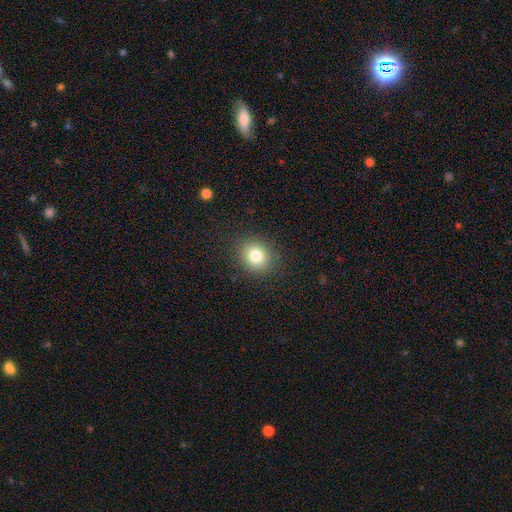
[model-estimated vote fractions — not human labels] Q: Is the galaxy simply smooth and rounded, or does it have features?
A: smooth — 80%.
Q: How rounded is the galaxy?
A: round — 77%.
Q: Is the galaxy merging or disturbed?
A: none — 88%.